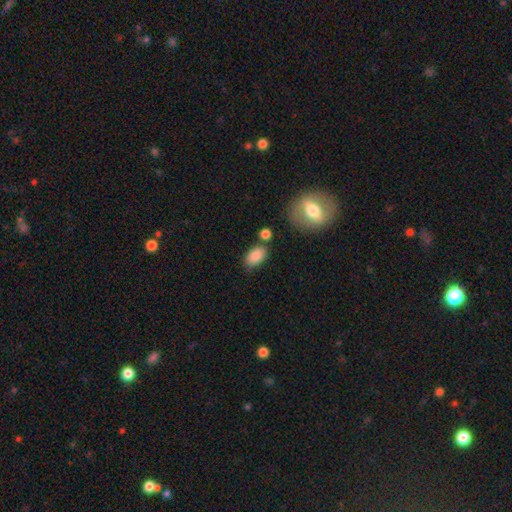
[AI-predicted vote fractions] smooth_or_featured: smooth (p=0.86) [alt: star or artifact p=0.08]
how_rounded: in between (p=0.91) [alt: round p=0.08]
merging: none (p=0.66) [alt: minor disturbance p=0.18]